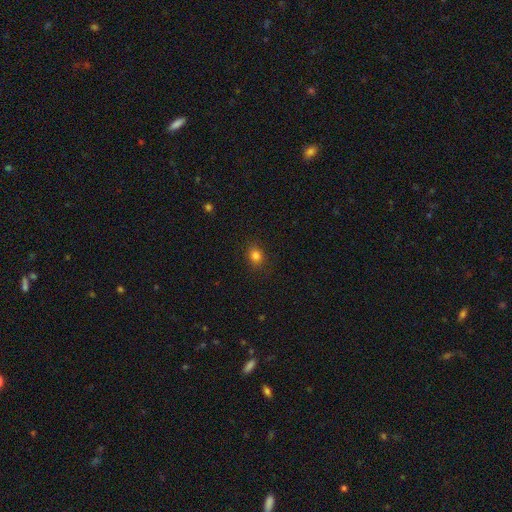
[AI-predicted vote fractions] A smooth galaxy with no disk features (82%) that is round (61%). Merging: none (87%).